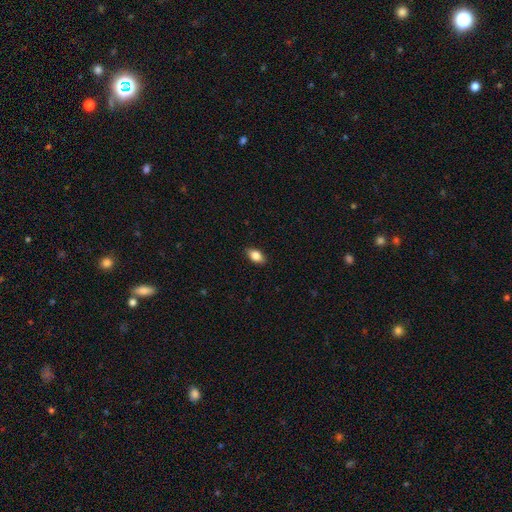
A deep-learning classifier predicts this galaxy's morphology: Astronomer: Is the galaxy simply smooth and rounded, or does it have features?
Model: smooth — 84%.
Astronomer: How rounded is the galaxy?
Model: in between — 89%.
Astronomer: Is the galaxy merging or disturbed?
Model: none — 87%.